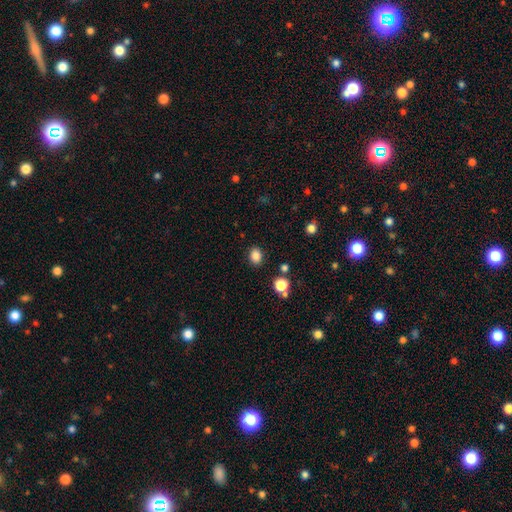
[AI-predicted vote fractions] Q: Smooth or featured?
A: smooth (85%); runner-up: star or artifact (11%)
Q: How rounded?
A: in between (57%); runner-up: round (42%)
Q: Merging?
A: none (87%); runner-up: minor disturbance (9%)